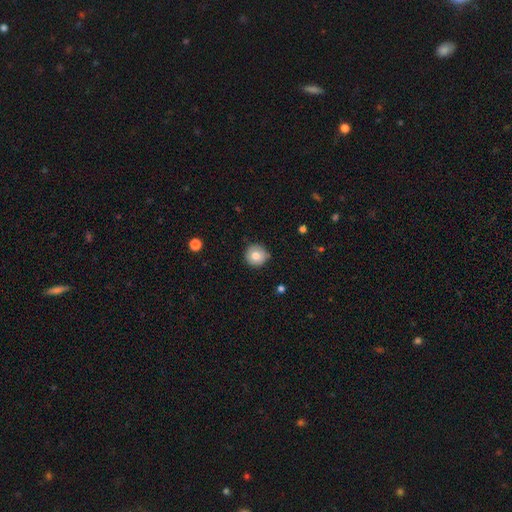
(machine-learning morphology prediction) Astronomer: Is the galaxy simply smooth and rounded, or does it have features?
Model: smooth — 76%.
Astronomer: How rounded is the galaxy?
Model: round — 95%.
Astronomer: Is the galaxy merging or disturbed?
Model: none — 86%.